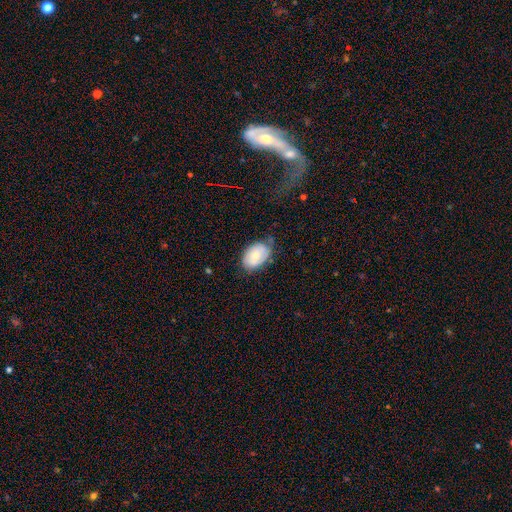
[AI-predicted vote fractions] smooth-or-featured: smooth: 66% | featured or disk: 27% | star or artifact: 7%
  how-rounded: in between: 87% | round: 12% | cigar-shaped: 1%
  merging: none: 58% | minor disturbance: 31% | major disturbance: 8% | merger: 2%